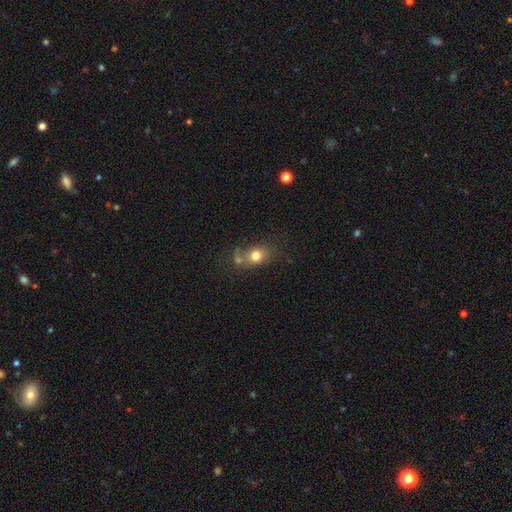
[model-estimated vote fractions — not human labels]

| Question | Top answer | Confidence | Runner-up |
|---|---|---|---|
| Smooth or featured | smooth | 76% | featured or disk (13%) |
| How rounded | in between | 50% | round (49%) |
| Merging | none | 44% | merger (28%) |